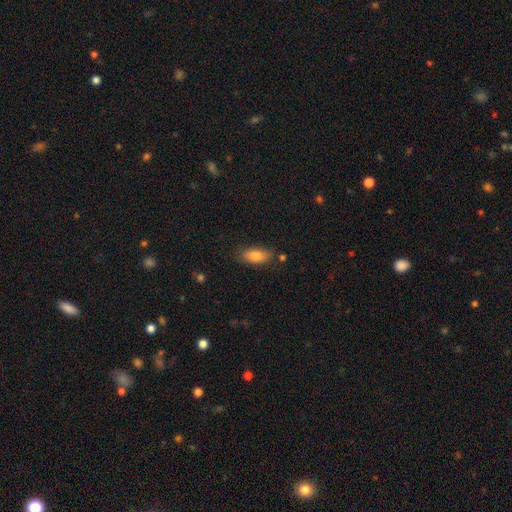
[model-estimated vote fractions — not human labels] The model was most divided on "merging": none: 77%, minor disturbance: 16%, major disturbance: 4%, merger: 3%. More confident: how rounded — in between (85%); smooth or featured — smooth (81%).